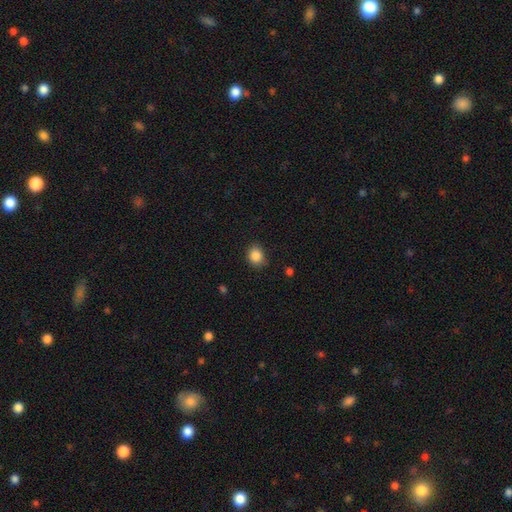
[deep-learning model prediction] This appears to be a smooth galaxy with no disk features (87%) that is round (68%). Merging: none (81%).